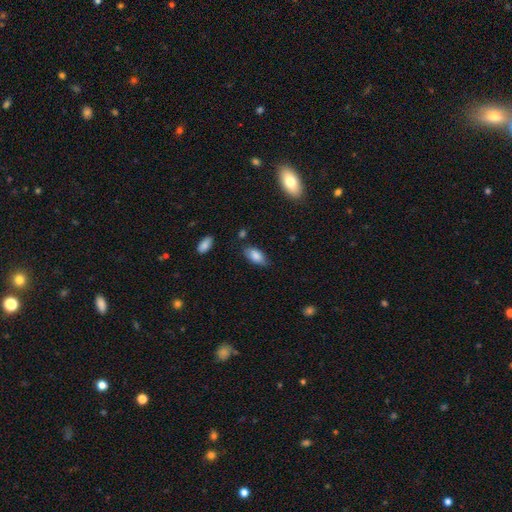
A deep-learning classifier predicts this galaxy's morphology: This is clearly a smooth galaxy (83%). How rounded: clearly in between (92%). Merging: likely none (75%).